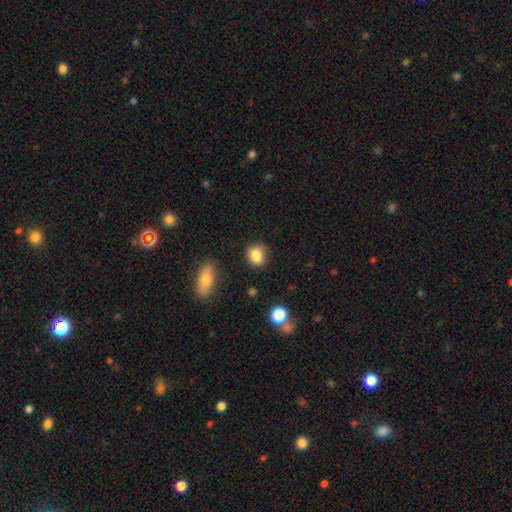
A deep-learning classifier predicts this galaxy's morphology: Smooth or featured?
  - smooth: 85% *
  - star or artifact: 9%
  - featured or disk: 6%
How rounded?
  - round: 62% *
  - in between: 37%
  - cigar-shaped: 1%
Merging?
  - none: 77% *
  - minor disturbance: 17%
  - major disturbance: 4%
  - merger: 3%